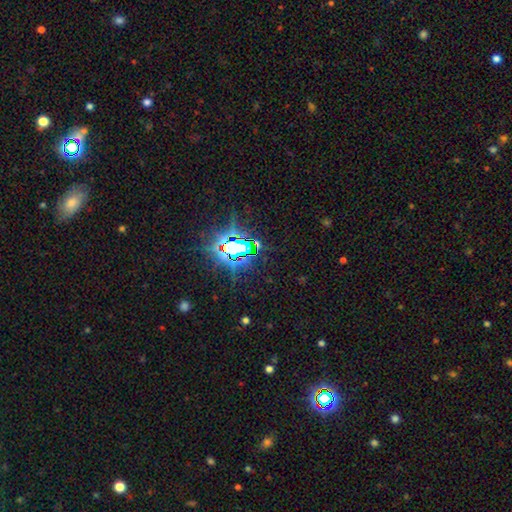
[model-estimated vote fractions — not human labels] The model was most divided on "smooth or featured": star or artifact: 81%, smooth: 10%, featured or disk: 9%.